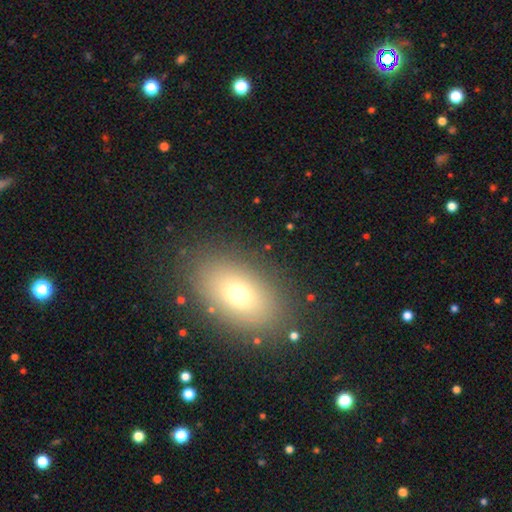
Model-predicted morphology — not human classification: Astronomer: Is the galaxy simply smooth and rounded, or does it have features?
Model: smooth — 65%.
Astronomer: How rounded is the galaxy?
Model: in between — 83%.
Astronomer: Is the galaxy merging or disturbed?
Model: none — 87%.